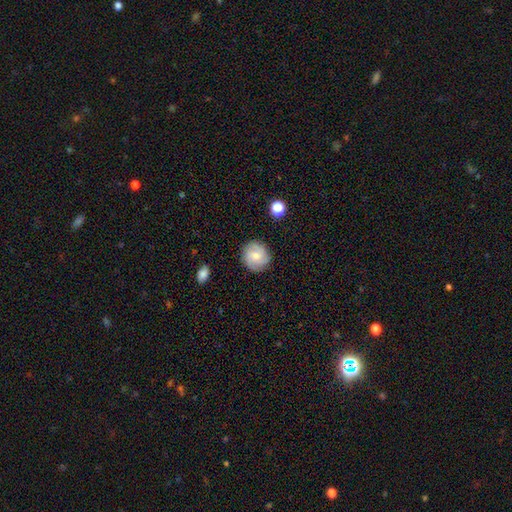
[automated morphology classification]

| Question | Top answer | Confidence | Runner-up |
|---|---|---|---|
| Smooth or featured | smooth | 53% | featured or disk (38%) |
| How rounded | round | 90% | in between (9%) |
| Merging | none | 86% | minor disturbance (10%) |